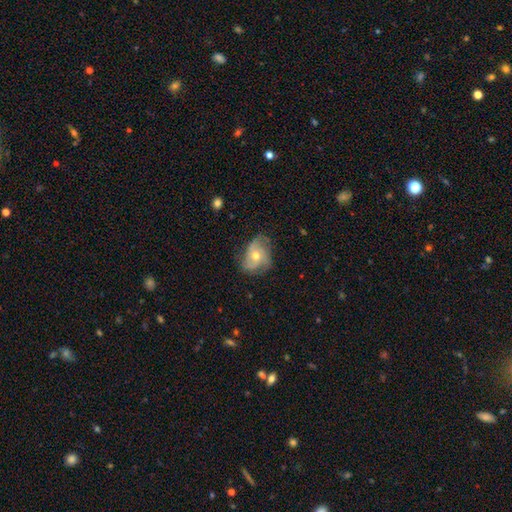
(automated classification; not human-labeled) Smooth or featured? featured or disk (72%)
Edge-on disk? no (97%)
Bar? no (77%)
Spiral arms? yes (91%)
Spiral winding? medium (45%)
Spiral arm count? 3 (53%)
Bulge size? moderate (63%)
Merging? none (62%)